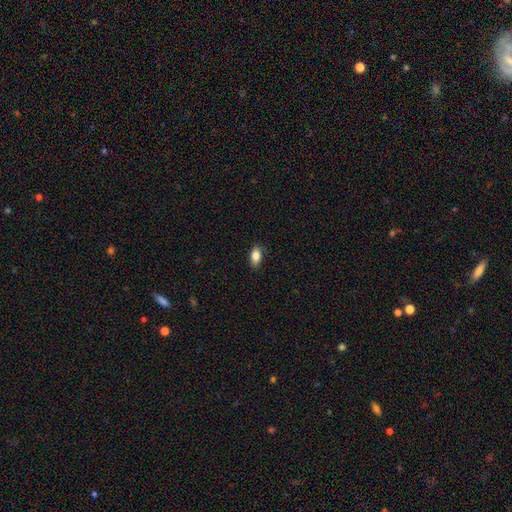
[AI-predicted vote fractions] This appears to be a smooth galaxy with no disk features (85%) that is in between round and cigar-shaped (89%). Merging: none (86%).